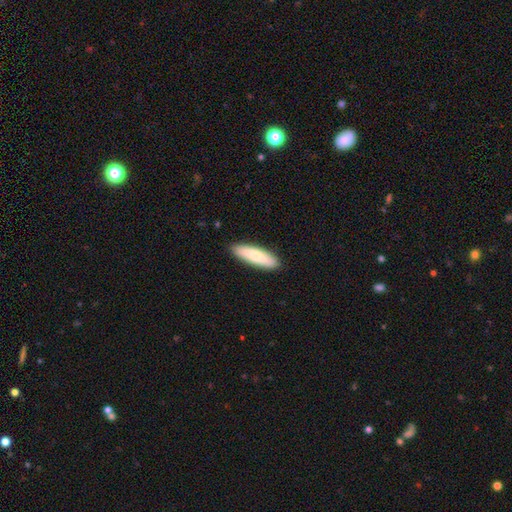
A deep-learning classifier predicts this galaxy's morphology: Smooth or featured? smooth (79%)
How rounded? cigar-shaped (64%)
Merging? none (90%)